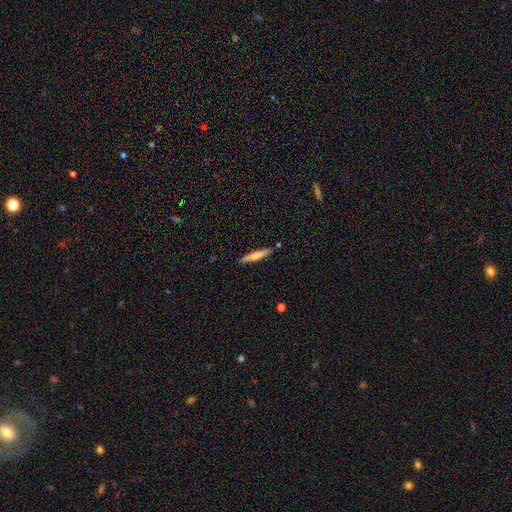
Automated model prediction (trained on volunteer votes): smooth 58%, featured or disk 36%, star or artifact 6%. Down the decision tree: how rounded — cigar-shaped (90%); merging — none (87%).